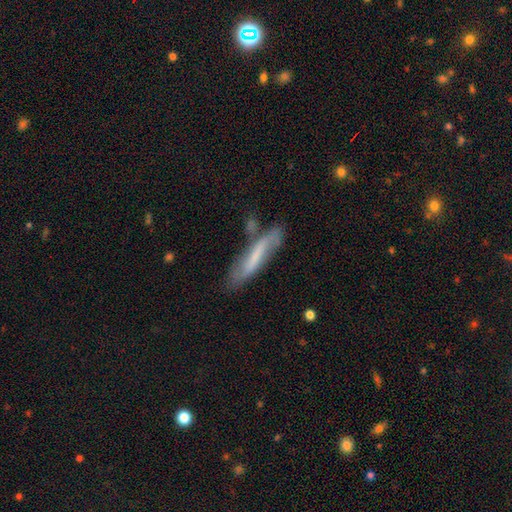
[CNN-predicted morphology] Smooth or featured? featured or disk (47%)
Merging? none (62%)